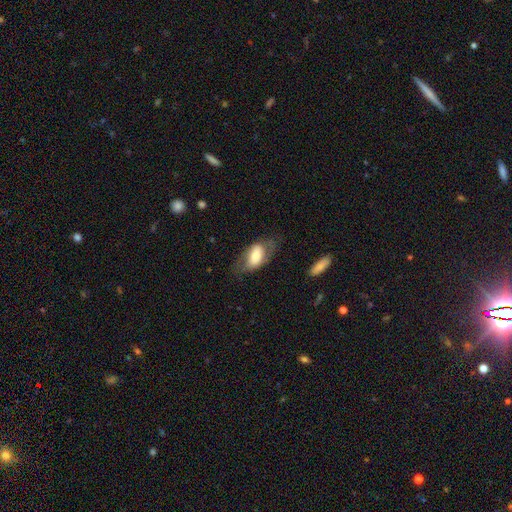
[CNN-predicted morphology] This is possibly a smooth galaxy (58%). How rounded: clearly in between (90%). Merging: possibly none (60%).